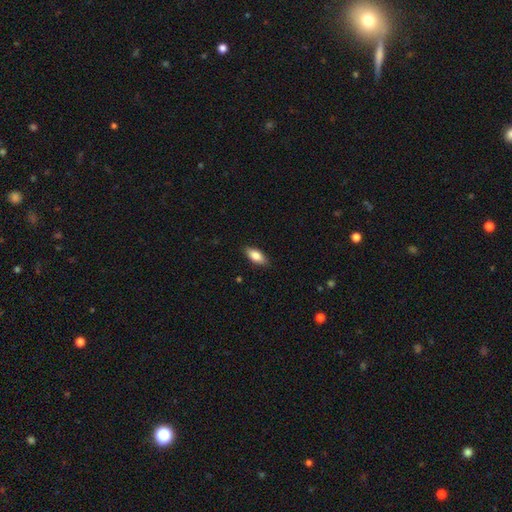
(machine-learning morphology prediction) smooth-or-featured: smooth: 80% | featured or disk: 14% | star or artifact: 6%
  how-rounded: in between: 83% | cigar-shaped: 15% | round: 2%
  merging: none: 88% | minor disturbance: 9% | major disturbance: 2% | merger: 1%